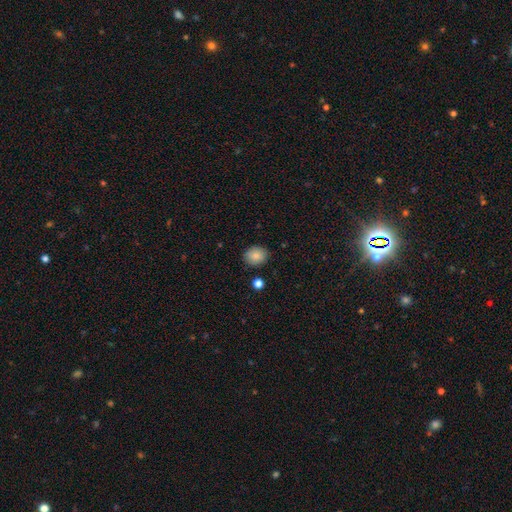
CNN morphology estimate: Q: Smooth or featured?
A: smooth (86%); runner-up: star or artifact (8%)
Q: How rounded?
A: round (61%); runner-up: in between (38%)
Q: Merging?
A: none (87%); runner-up: minor disturbance (9%)